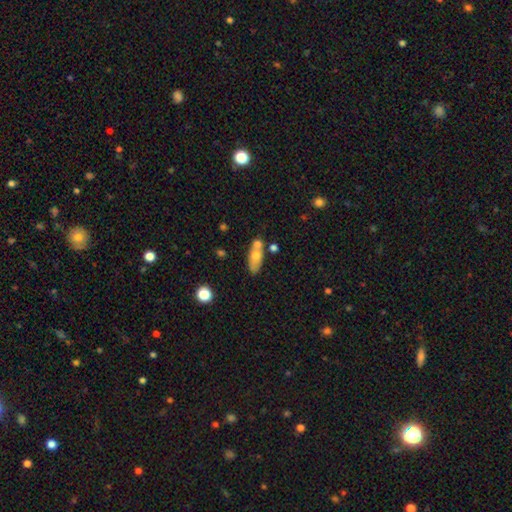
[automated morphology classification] Q: Smooth or featured?
A: smooth (67%); runner-up: featured or disk (24%)
Q: How rounded?
A: in between (77%); runner-up: cigar-shaped (18%)
Q: Merging?
A: none (48%); runner-up: merger (29%)